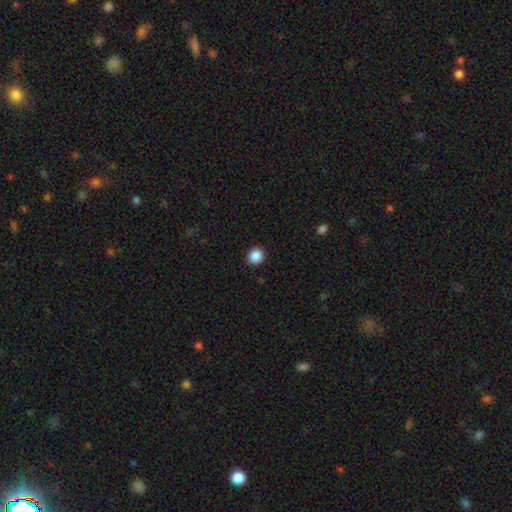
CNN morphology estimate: This is clearly a smooth galaxy (88%). How rounded: clearly round (83%). Merging: clearly none (91%).